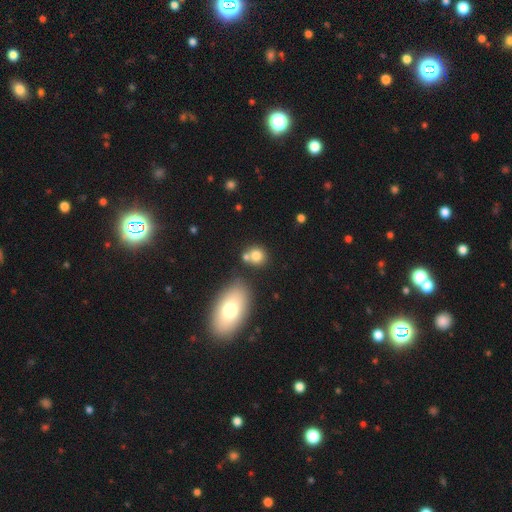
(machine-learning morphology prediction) This is likely a smooth galaxy (79%). How rounded: likely round (79%). Merging: possibly none (59%).